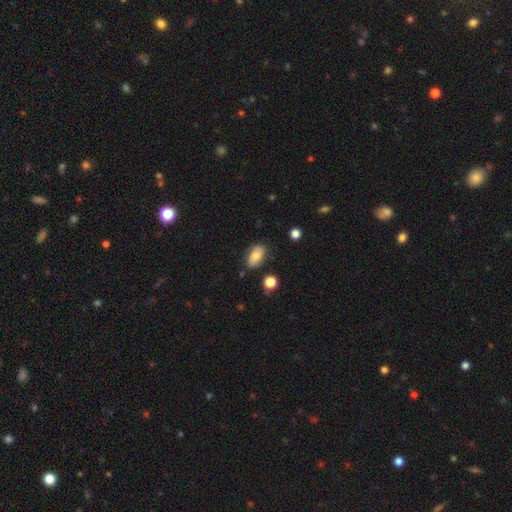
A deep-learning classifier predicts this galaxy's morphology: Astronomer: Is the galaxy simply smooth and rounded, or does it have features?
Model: smooth — 74%.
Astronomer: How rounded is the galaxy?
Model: in between — 90%.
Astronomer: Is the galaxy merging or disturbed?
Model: none — 75%.